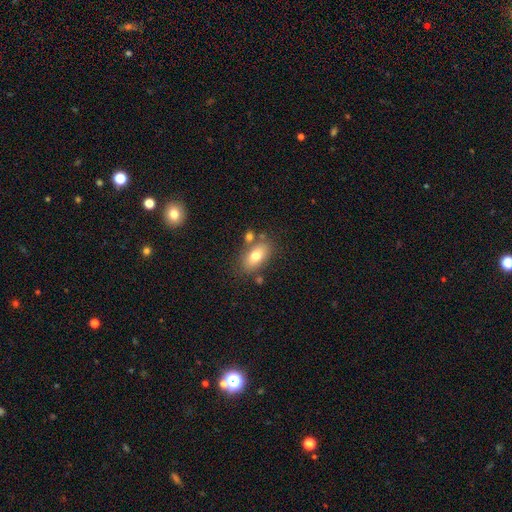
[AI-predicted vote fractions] This appears to be a smooth galaxy with no disk features (73%) that is in between round and cigar-shaped (87%). Merging: none (70%).